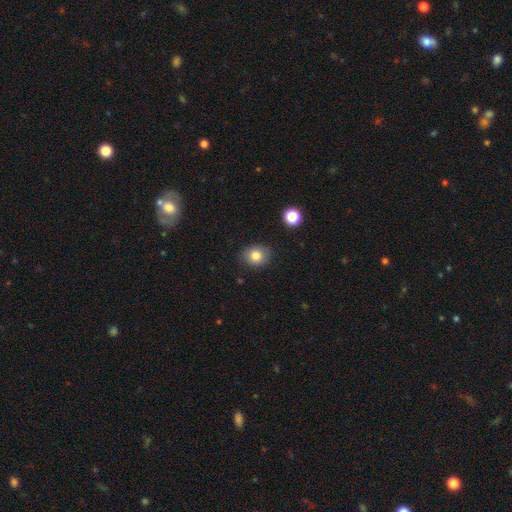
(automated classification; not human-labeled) This is clearly a smooth galaxy (82%). How rounded: likely round (64%). Merging: clearly none (84%).